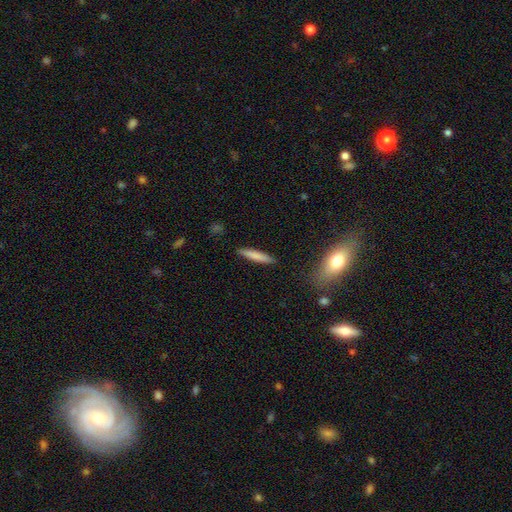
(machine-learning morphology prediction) The model was most divided on "smooth or featured": smooth: 80%, featured or disk: 14%, star or artifact: 6%. More confident: how rounded — cigar-shaped (90%); merging — none (89%).